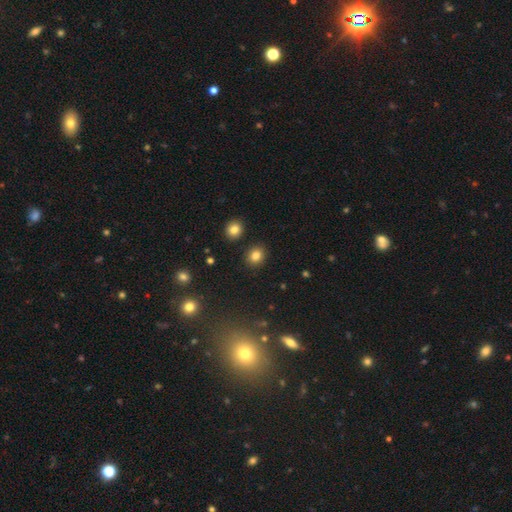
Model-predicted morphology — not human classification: smooth 82%, star or artifact 12%, featured or disk 6%. Down the decision tree: how rounded — round (71%); merging — none (88%).